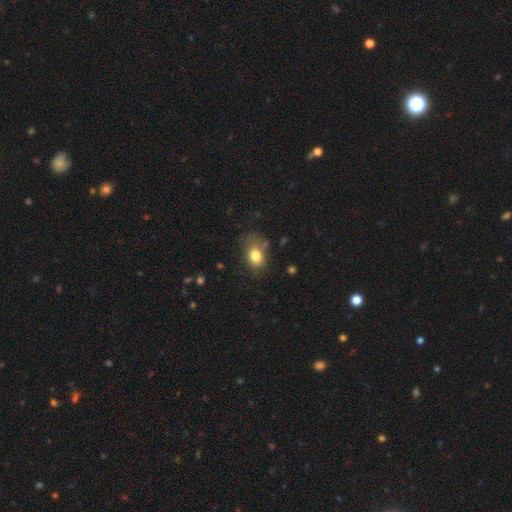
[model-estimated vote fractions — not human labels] Morphology: type=smooth (78%); roundness=in between (66%); merging=none (57%).